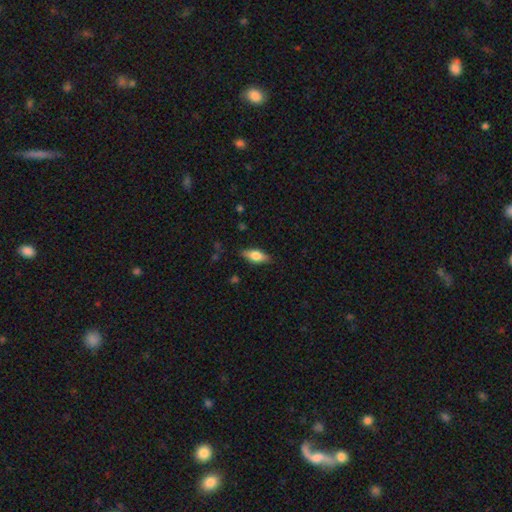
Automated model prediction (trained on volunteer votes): This is likely a smooth galaxy (63%). How rounded: likely in between (74%). Merging: clearly none (84%).